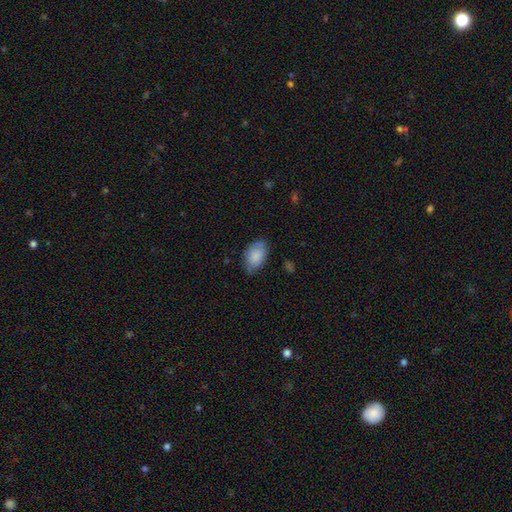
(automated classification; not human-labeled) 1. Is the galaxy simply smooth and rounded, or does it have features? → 86% smooth, 8% featured or disk, 7% star or artifact.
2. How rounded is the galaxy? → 89% in between, 10% round, 1% cigar-shaped.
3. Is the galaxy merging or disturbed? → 68% none, 26% minor disturbance, 5% major disturbance, 2% merger.